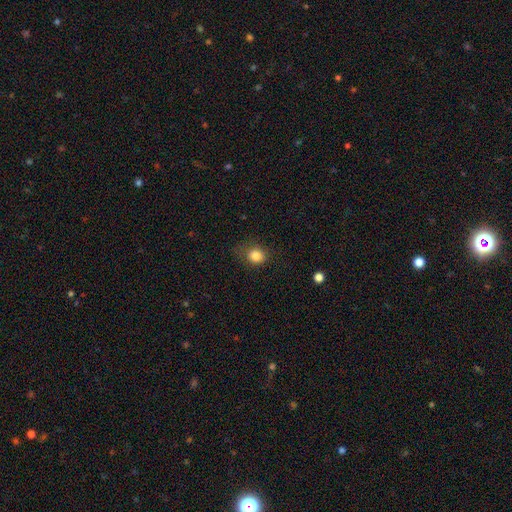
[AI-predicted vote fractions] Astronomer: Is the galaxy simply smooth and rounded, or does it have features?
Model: smooth — 83%.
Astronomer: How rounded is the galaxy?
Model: round — 71%.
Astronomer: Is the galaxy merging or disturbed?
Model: none — 68%.